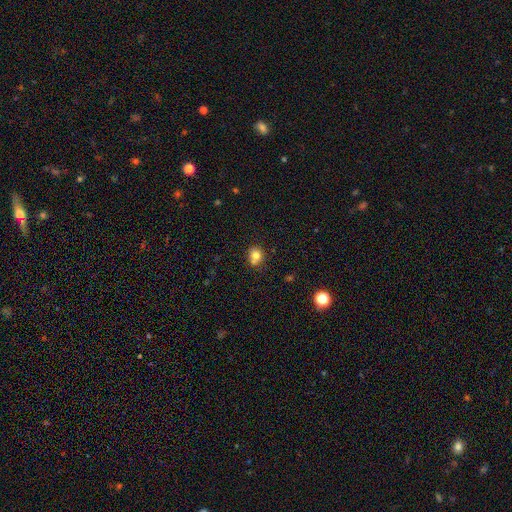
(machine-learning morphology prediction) smooth-or-featured: smooth: 77% | star or artifact: 12% | featured or disk: 11%
  how-rounded: round: 77% | in between: 22% | cigar-shaped: 1%
  merging: none: 57% | merger: 24% | minor disturbance: 15% | major disturbance: 4%